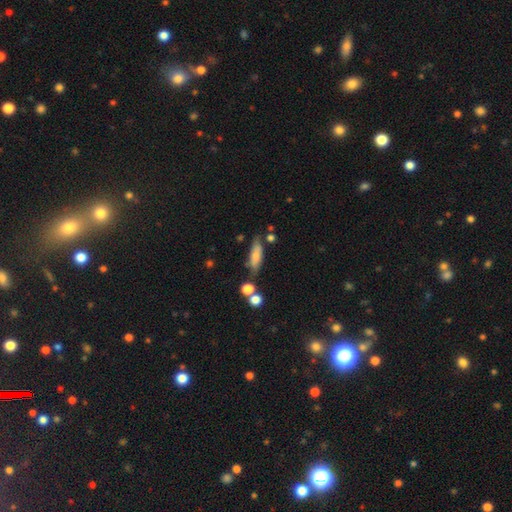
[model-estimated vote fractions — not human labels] Q: Smooth or featured?
A: smooth (69%); runner-up: featured or disk (22%)
Q: How rounded?
A: in between (52%); runner-up: cigar-shaped (45%)
Q: Merging?
A: none (62%); runner-up: minor disturbance (20%)